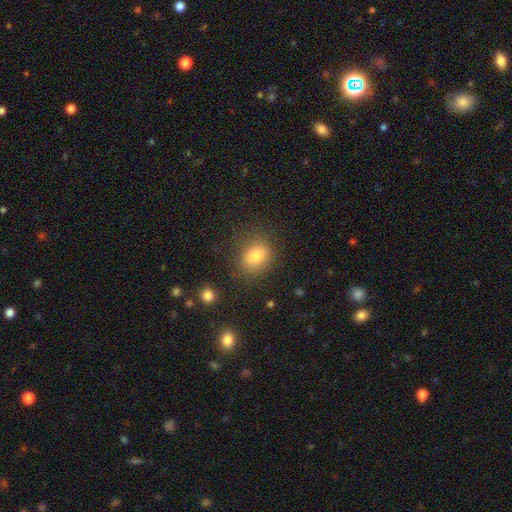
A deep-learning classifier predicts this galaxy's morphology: A smooth galaxy with no disk features (83%) that is in between round and cigar-shaped (60%). Merging: none (78%).